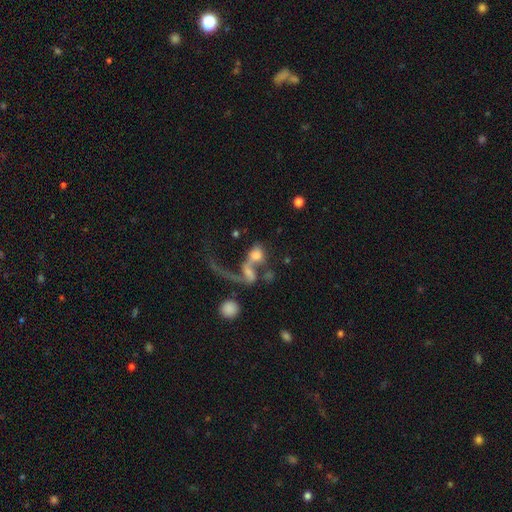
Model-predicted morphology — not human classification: Smooth or featured? Predicted: smooth (p=0.47). Merging? Predicted: merger (p=0.56).